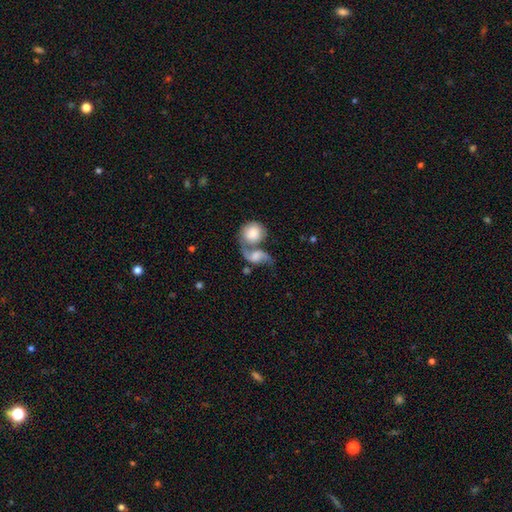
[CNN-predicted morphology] Smooth or featured? featured or disk (64%)
Edge-on disk? no (96%)
Bar? no (58%)
Spiral arms? yes (88%)
Spiral winding? loose (75%)
Spiral arm count? 2 (84%)
Bulge size? moderate (37%)
Merging? merger (62%)